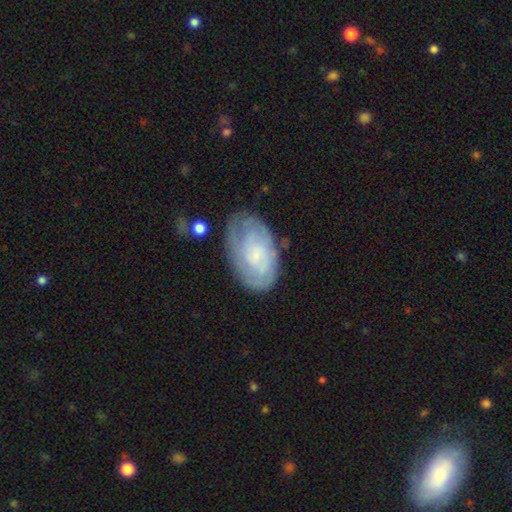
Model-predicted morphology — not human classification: smooth-or-featured: featured or disk: 56% | smooth: 36% | star or artifact: 7%
  disk-edge-on: no: 96% | yes: 4%
    bar: no: 75% | weak: 21% | strong: 4%
    has-spiral-arms: yes: 80% | no: 20%
    bulge-size: small: 59% | none: 18% | moderate: 17% | large: 4% | dominant: 2%
  merging: none: 66% | minor disturbance: 23% | major disturbance: 8% | merger: 3%